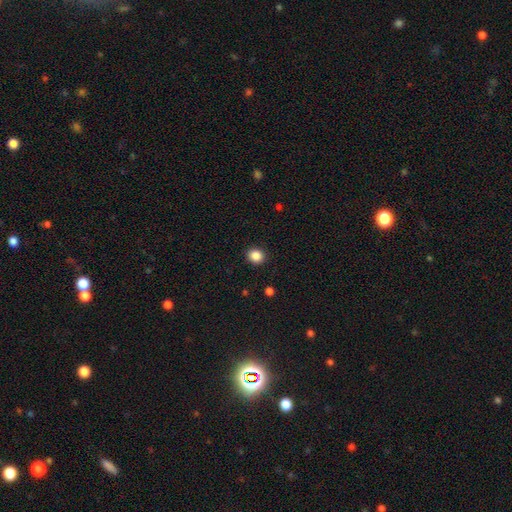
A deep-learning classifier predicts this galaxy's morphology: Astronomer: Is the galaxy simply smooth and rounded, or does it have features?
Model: smooth — 86%.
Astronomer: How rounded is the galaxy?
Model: round — 79%.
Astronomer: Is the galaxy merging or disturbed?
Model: none — 92%.